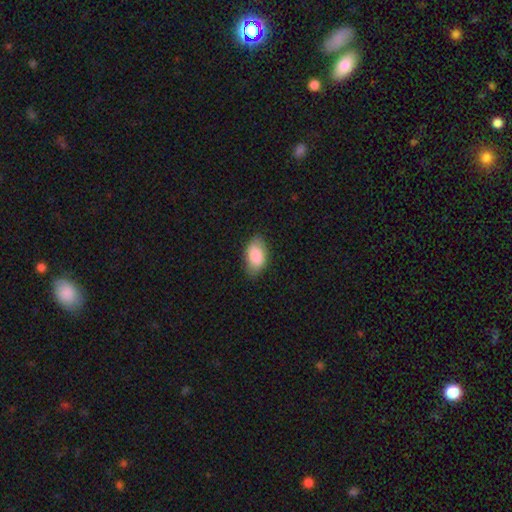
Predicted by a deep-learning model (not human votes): smooth 87%, featured or disk 7%, star or artifact 6%. Down the decision tree: how rounded — in between (94%); merging — none (81%).